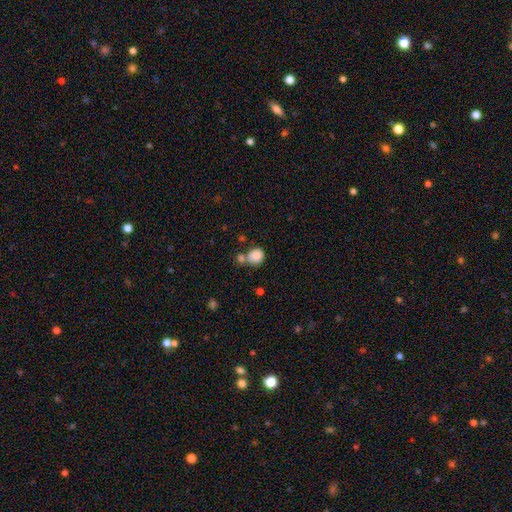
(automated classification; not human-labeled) Morphology: type=smooth (84%); roundness=round (78%); merging=none (49%).